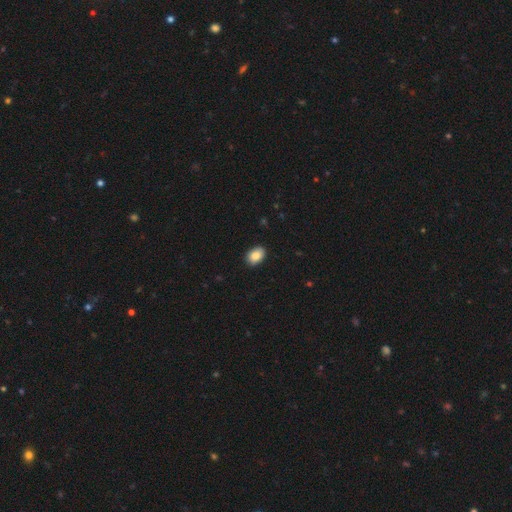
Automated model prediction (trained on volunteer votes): smooth_or_featured: smooth (p=0.87) [alt: star or artifact p=0.07]
how_rounded: in between (p=0.86) [alt: round p=0.13]
merging: none (p=0.89) [alt: minor disturbance p=0.08]